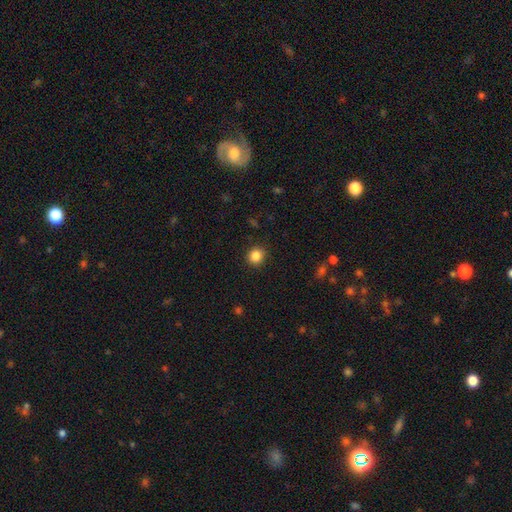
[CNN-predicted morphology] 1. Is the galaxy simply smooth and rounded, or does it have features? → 85% smooth, 10% star or artifact, 4% featured or disk.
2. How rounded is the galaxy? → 87% round, 12% in between, 1% cigar-shaped.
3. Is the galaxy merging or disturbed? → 90% none, 7% minor disturbance, 2% major disturbance, 1% merger.